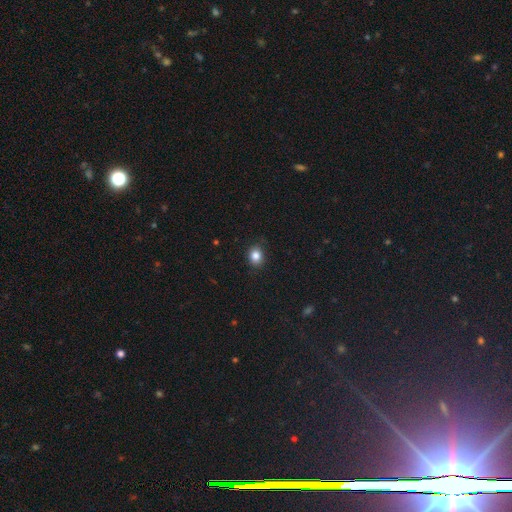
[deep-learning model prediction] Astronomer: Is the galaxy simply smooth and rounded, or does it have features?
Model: smooth — 84%.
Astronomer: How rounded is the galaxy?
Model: round — 61% (runner-up: in between, 38%).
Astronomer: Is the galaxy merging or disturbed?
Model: none — 86%.